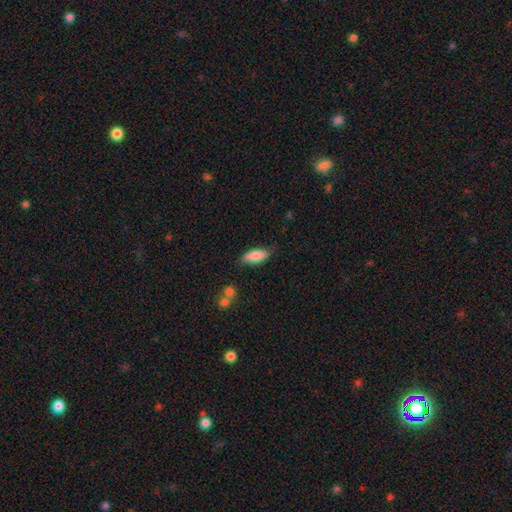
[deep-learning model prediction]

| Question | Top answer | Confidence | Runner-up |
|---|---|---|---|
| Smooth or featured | smooth | 80% | featured or disk (14%) |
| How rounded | in between | 78% | cigar-shaped (20%) |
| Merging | none | 72% | minor disturbance (22%) |